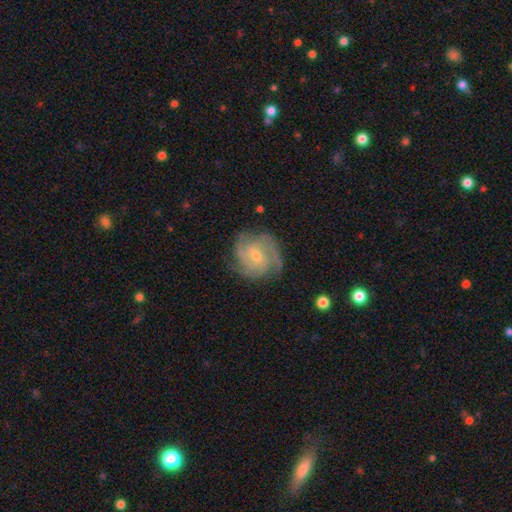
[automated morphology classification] A featured or disk galaxy (87%) with no bar (54%), 3 (41%) tight (61%) spiral arms (98%) and a small central bulge (59%).

Vote fractions:
- Smooth or featured? featured or disk: 87% / smooth: 7% / star or artifact: 6%
- Edge-on disk? no: 98% / yes: 2%
- Bar? no: 54% / weak: 38% / strong: 8%
- Spiral arms? yes: 98% / no: 2%
- Spiral winding? tight: 61% / medium: 33% / loose: 6%
- Spiral arm count? 3: 41% / 4: 20% / can't tell: 14% / 2: 13% / more than 4: 5% / 1: 5%
- Bulge size? small: 59% / moderate: 37% / none: 2% / large: 1% / dominant: 1%
- Merging? none: 79% / minor disturbance: 15% / major disturbance: 5% / merger: 1%